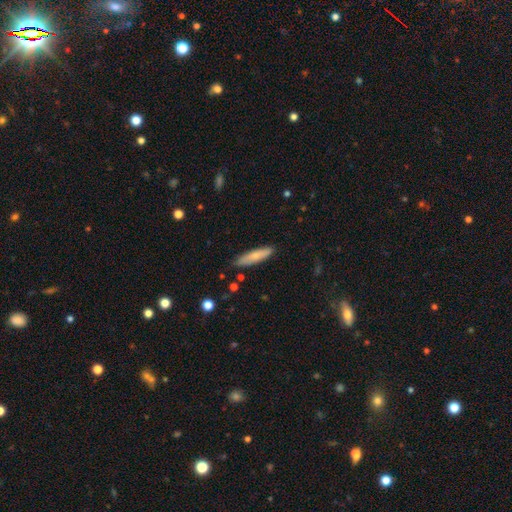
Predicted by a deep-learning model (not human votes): smooth-or-featured: smooth: 72% | featured or disk: 22% | star or artifact: 6%
  how-rounded: cigar-shaped: 77% | in between: 21% | round: 2%
  merging: none: 82% | minor disturbance: 14% | major disturbance: 2% | merger: 2%